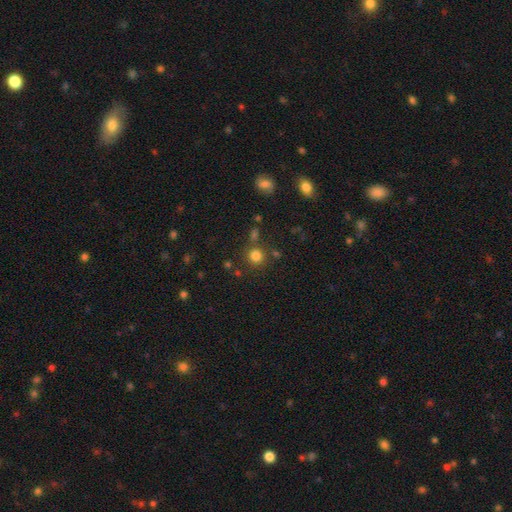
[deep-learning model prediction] smooth 80%, star or artifact 14%, featured or disk 6%. Down the decision tree: how rounded — round (89%); merging — none (79%).